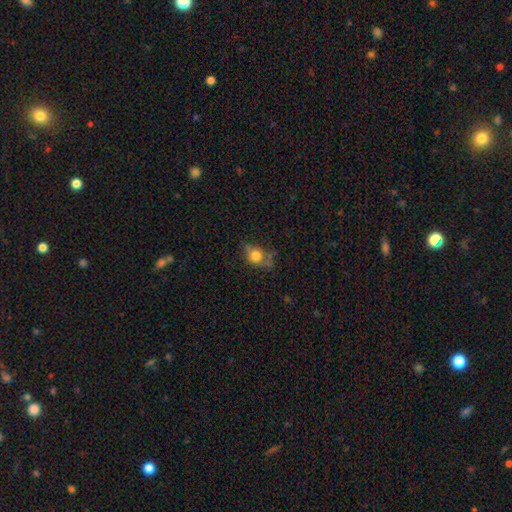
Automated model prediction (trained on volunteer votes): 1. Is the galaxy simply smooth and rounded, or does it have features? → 71% smooth, 19% featured or disk, 10% star or artifact.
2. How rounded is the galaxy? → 54% in between, 43% round, 3% cigar-shaped.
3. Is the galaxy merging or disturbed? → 50% none, 30% minor disturbance, 14% major disturbance, 6% merger.